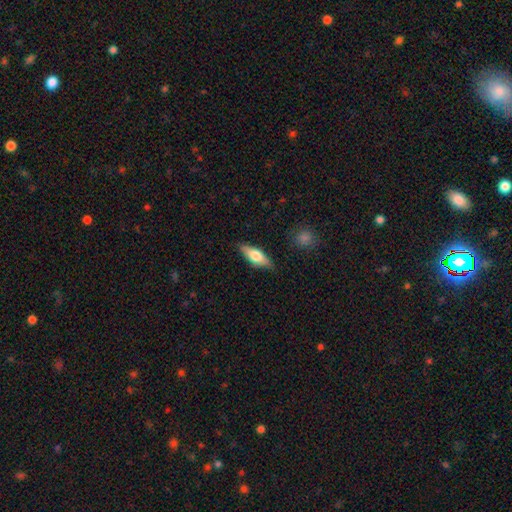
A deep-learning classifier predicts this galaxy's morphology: Smooth or featured? Predicted: smooth (p=0.57). How rounded? Predicted: in between (p=0.63). Merging? Predicted: none (p=0.84).